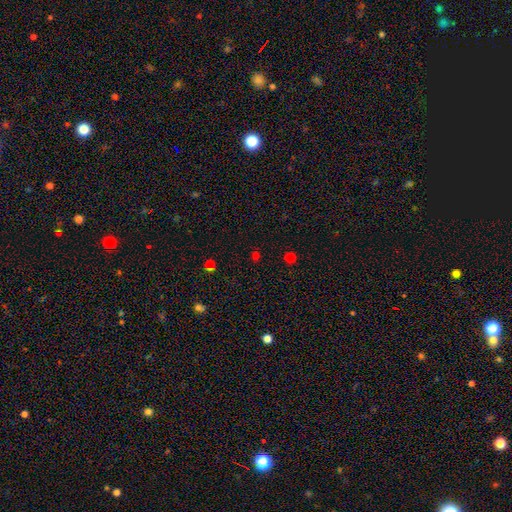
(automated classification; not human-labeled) Q: Smooth or featured?
A: smooth (56%); runner-up: star or artifact (39%)
Q: How rounded?
A: round (83%); runner-up: in between (16%)
Q: Merging?
A: none (85%); runner-up: minor disturbance (8%)